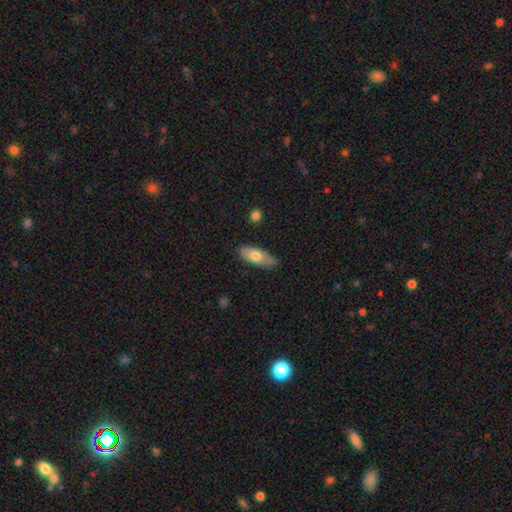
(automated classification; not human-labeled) smooth 70%, featured or disk 24%, star or artifact 6%. Down the decision tree: how rounded — in between (76%); merging — none (72%).